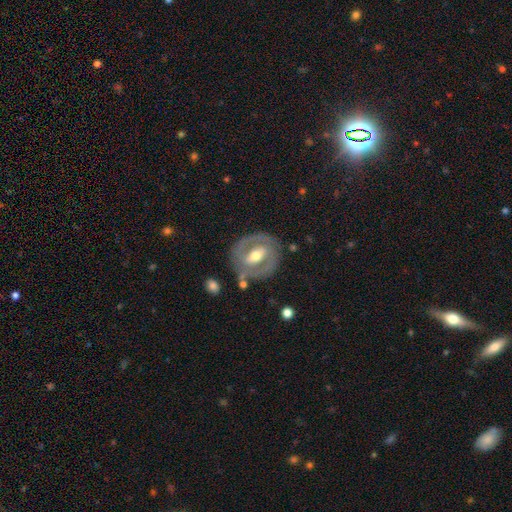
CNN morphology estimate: A featured or disk galaxy (75%) with a strong bar (45%), spiral arms (56%) and a moderate central bulge (71%).

Vote fractions:
- Smooth or featured? featured or disk: 75% / smooth: 20% / star or artifact: 5%
- Edge-on disk? no: 95% / yes: 5%
- Bar? strong: 45% / weak: 36% / no: 19%
- Spiral arms? yes: 56% / no: 44%
- Bulge size? moderate: 71% / small: 18% / large: 9% / none: 1% / dominant: 1%
- Merging? none: 76% / minor disturbance: 14% / major disturbance: 6% / merger: 3%